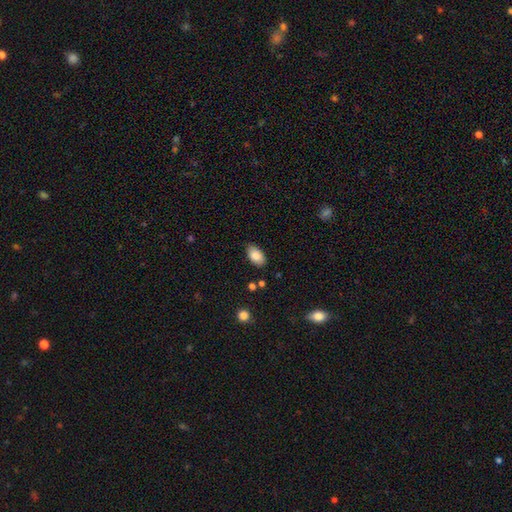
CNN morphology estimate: This appears to be a smooth galaxy with no disk features (86%) that is in between round and cigar-shaped (93%). Merging: none (84%).